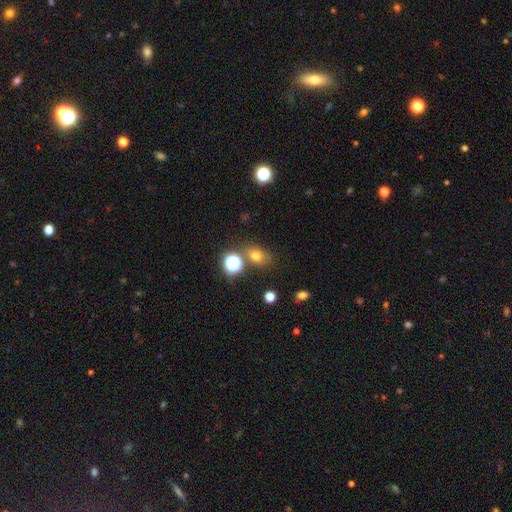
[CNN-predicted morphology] This appears to be a smooth galaxy with no disk features (70%) that is round (50%). Merging: none (70%).